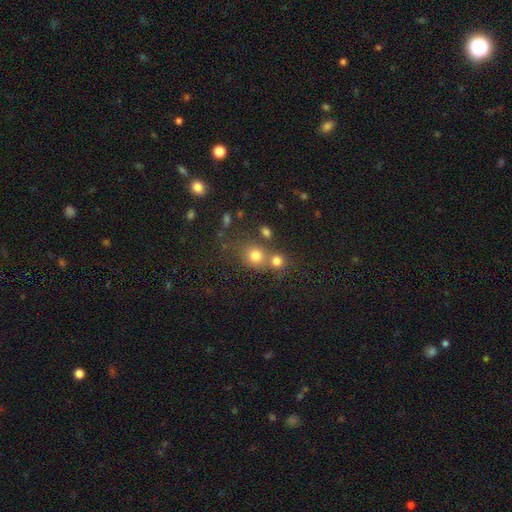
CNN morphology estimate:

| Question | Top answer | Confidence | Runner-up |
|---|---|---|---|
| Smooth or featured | smooth | 75% | star or artifact (15%) |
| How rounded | round | 78% | in between (21%) |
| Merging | none | 51% | merger (36%) |